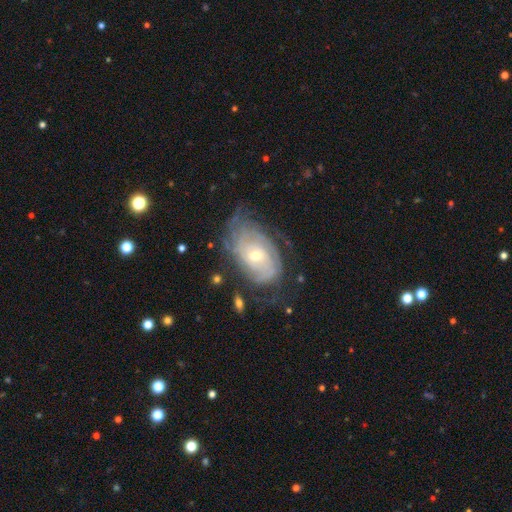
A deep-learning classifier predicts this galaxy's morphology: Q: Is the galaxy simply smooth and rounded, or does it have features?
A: featured or disk — 78%.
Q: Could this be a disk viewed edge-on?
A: no — 95%.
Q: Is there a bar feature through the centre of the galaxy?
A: no — 71%.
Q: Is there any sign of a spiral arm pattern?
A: yes — 88%.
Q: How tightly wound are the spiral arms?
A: tight — 72%.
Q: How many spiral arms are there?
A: can't tell — 57%.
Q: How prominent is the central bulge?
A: small — 50%.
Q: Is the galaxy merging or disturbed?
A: none — 61%.